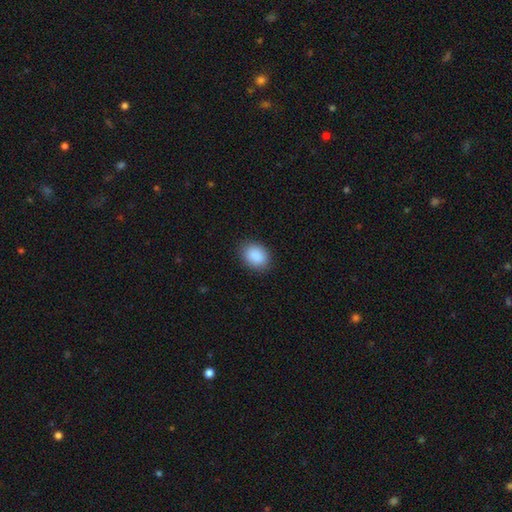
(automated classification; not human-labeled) Smooth or featured? Predicted: smooth (p=0.90). How rounded? Predicted: in between (p=0.66). Merging? Predicted: none (p=0.87).